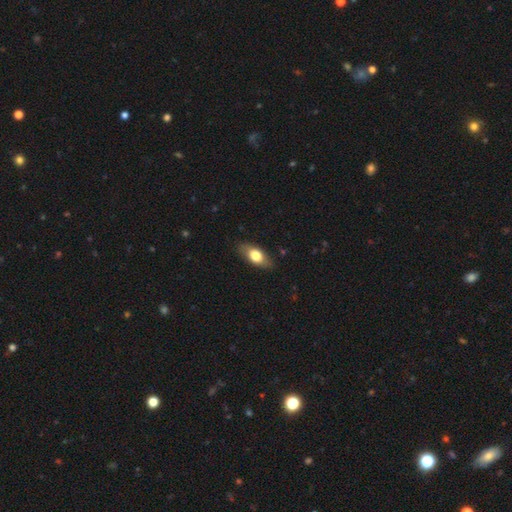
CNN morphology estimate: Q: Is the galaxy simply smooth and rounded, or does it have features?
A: smooth — 71%.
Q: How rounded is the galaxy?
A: in between — 86%.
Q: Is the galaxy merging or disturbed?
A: none — 83%.